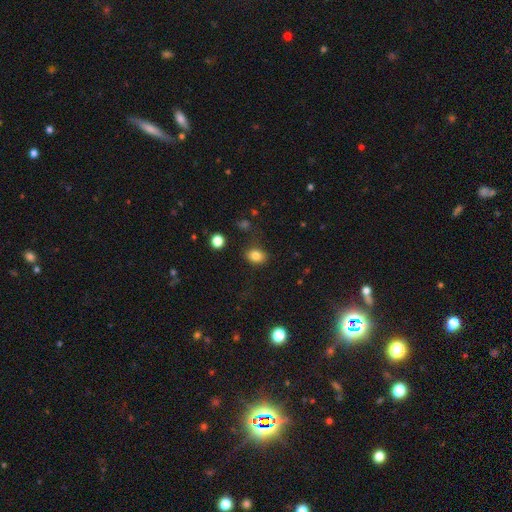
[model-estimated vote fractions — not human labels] Smooth or featured?
  - smooth: 82% *
  - star or artifact: 11%
  - featured or disk: 7%
How rounded?
  - in between: 61% *
  - round: 38%
  - cigar-shaped: 1%
Merging?
  - none: 80% *
  - minor disturbance: 13%
  - major disturbance: 4%
  - merger: 2%